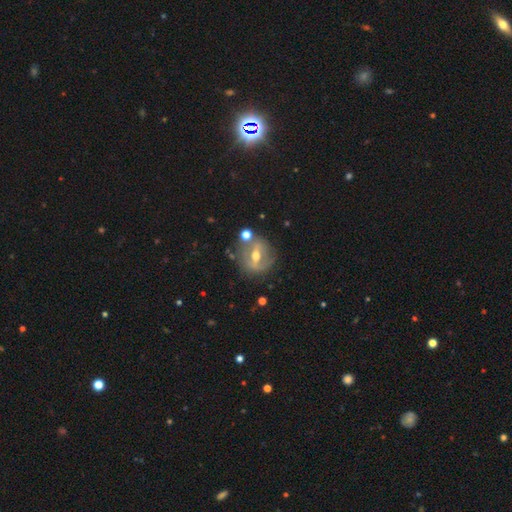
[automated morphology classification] type=featured or disk (69%); edge-on=no (89%); bar=strong (52%); spiral arms=no (54%); bulge=moderate (74%); merging=none (69%).